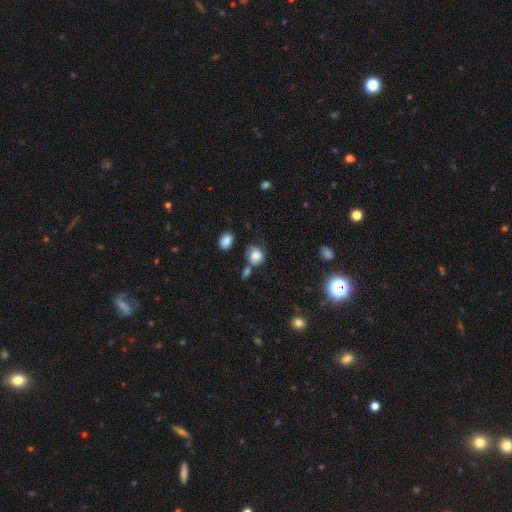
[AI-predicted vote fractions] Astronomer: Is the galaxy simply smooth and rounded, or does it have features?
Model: smooth — 78%.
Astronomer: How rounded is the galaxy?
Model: round — 69%.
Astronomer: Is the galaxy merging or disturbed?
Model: none — 45% (runner-up: minor disturbance, 27%).